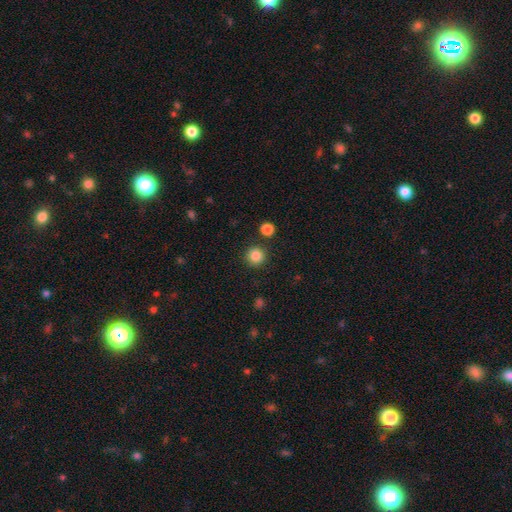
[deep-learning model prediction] This appears to be a smooth galaxy with no disk features (85%) that is round (95%). Merging: none (89%).